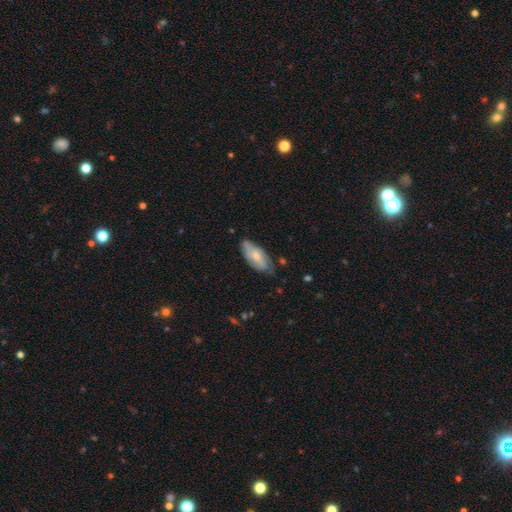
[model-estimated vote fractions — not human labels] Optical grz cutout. It shows a smooth galaxy with no disk features (51%) that is in between round and cigar-shaped (86%). Merging: none (62%).